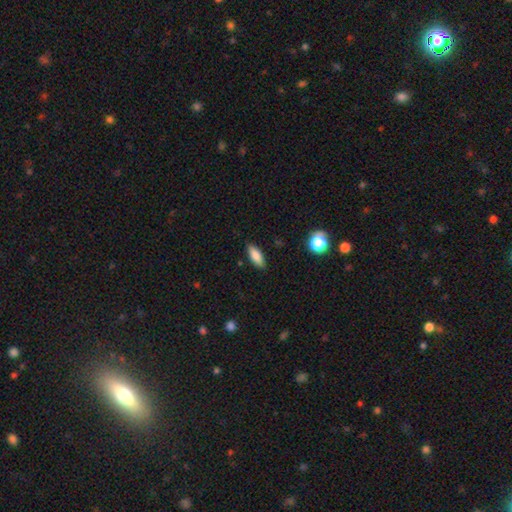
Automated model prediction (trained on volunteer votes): The model was most divided on "how rounded": in between: 71%, cigar-shaped: 27%, round: 2%. More confident: merging — none (86%); smooth or featured — smooth (84%).